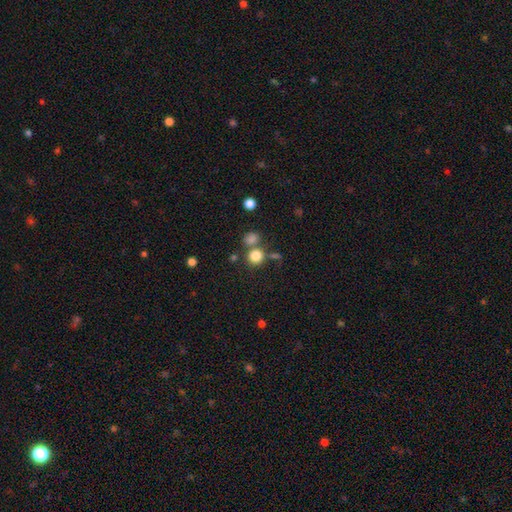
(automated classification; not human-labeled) Overall: smooth (81%). How rounded: round (87%). Merging: none (64%).